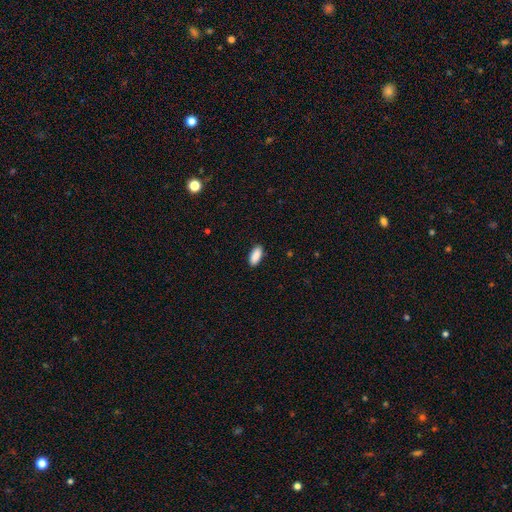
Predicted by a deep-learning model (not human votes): smooth_or_featured: smooth (p=0.91) [alt: star or artifact p=0.06]
how_rounded: in between (p=0.87) [alt: cigar-shaped p=0.11]
merging: none (p=0.89) [alt: minor disturbance p=0.08]